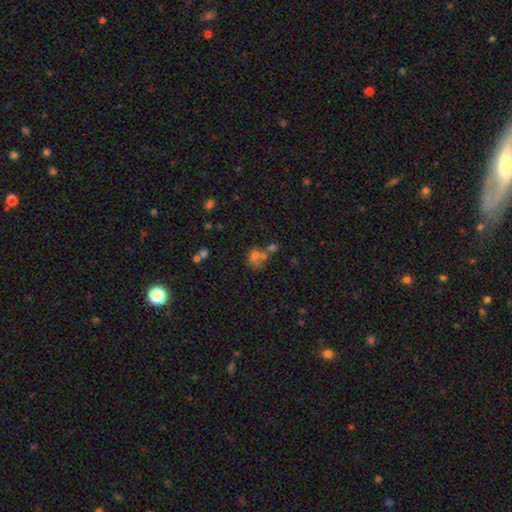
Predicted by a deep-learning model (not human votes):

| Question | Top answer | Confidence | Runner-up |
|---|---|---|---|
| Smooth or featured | smooth | 59% | featured or disk (21%) |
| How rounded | round | 55% | in between (44%) |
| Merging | merger | 50% | none (28%) |